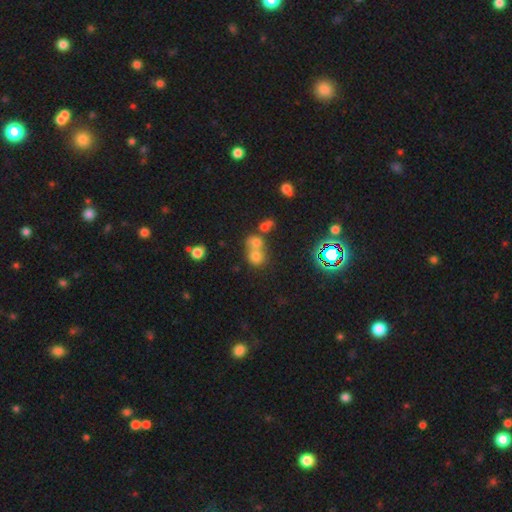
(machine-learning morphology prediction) A smooth galaxy with no disk features (65%) that is round (78%).

Vote fractions:
- Smooth or featured? smooth: 65% / star or artifact: 22% / featured or disk: 12%
- How rounded? round: 78% / in between: 21% / cigar-shaped: 1%
- Merging? merger: 58% / none: 33% / minor disturbance: 6% / major disturbance: 3%